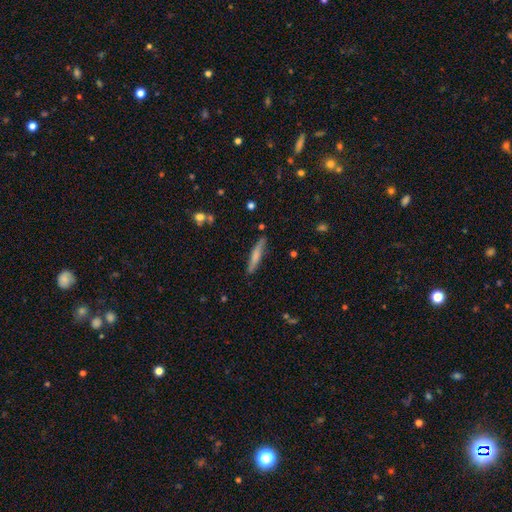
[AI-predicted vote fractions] A smooth galaxy with no disk features (63%) that is cigar-shaped (92%).

Vote fractions:
- Smooth or featured? smooth: 63% / featured or disk: 31% / star or artifact: 6%
- How rounded? cigar-shaped: 92% / in between: 6% / round: 1%
- Merging? none: 85% / minor disturbance: 11% / major disturbance: 2% / merger: 2%